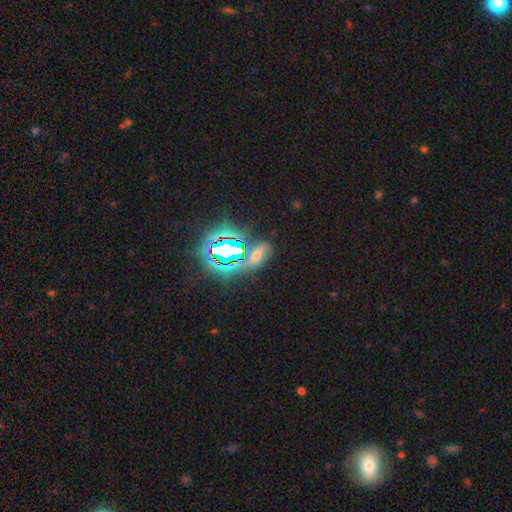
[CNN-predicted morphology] A star or artifact, not a galaxy (49%).